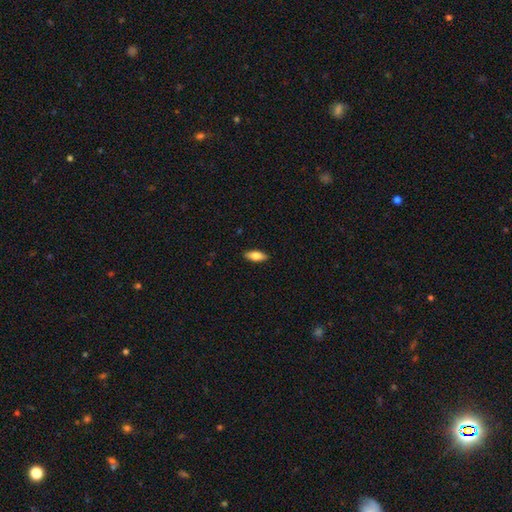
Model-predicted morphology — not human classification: smooth-or-featured: smooth: 74% | featured or disk: 19% | star or artifact: 6%
  how-rounded: in between: 76% | cigar-shaped: 21% | round: 2%
  merging: none: 89% | minor disturbance: 8% | major disturbance: 2% | merger: 1%